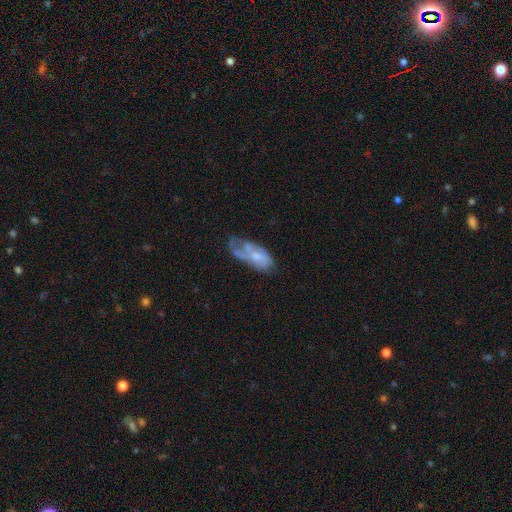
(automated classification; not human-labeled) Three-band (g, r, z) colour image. It shows a featured or disk galaxy (53%). Merging: none (34%).